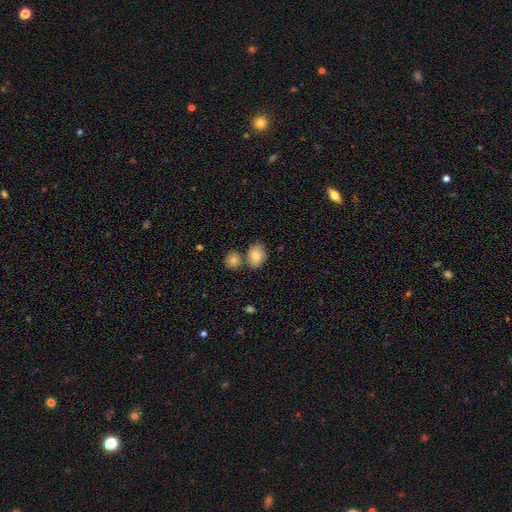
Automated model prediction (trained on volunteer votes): This appears to be a smooth galaxy with no disk features (80%) that is in between round and cigar-shaped (69%). Merging: none (60%).